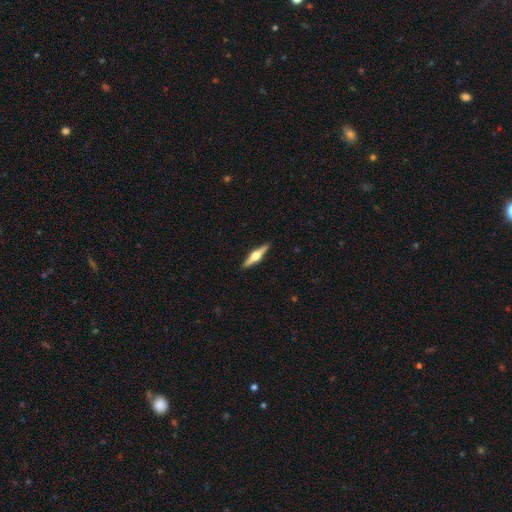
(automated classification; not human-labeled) A featured or disk galaxy (75%) viewed edge-on (98%) with a rounded central bulge (95%). Merging: none (92%).